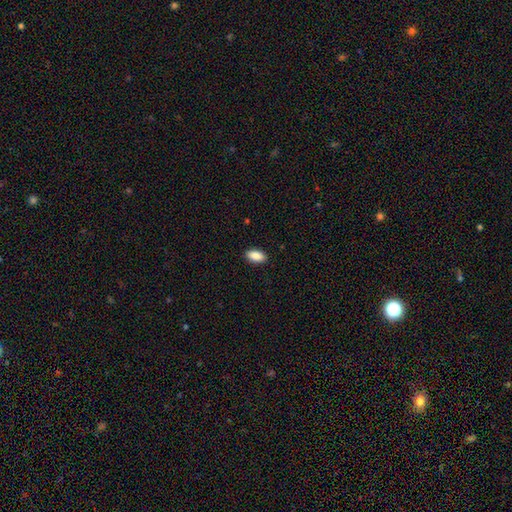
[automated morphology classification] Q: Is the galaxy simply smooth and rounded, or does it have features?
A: smooth — 89%.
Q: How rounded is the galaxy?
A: in between — 93%.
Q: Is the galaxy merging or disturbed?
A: none — 90%.